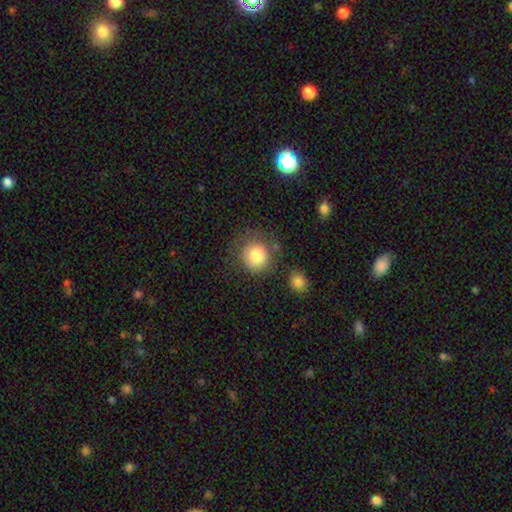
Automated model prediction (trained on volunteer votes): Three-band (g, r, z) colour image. It shows a smooth galaxy with no disk features (83%) that is round (88%). Merging: none (69%).